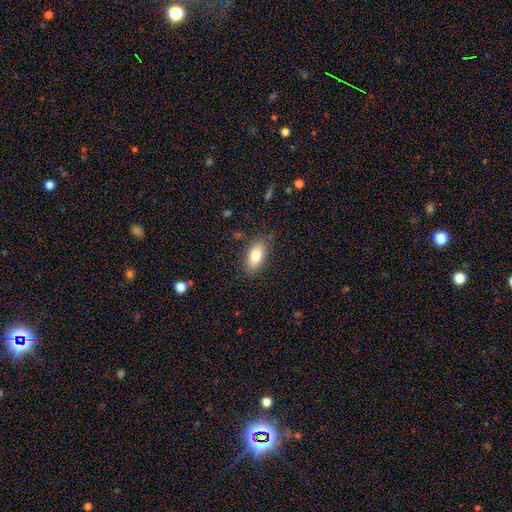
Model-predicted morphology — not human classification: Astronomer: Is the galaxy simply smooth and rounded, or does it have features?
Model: smooth — 79%.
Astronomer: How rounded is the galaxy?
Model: in between — 89%.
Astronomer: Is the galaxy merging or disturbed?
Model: none — 85%.